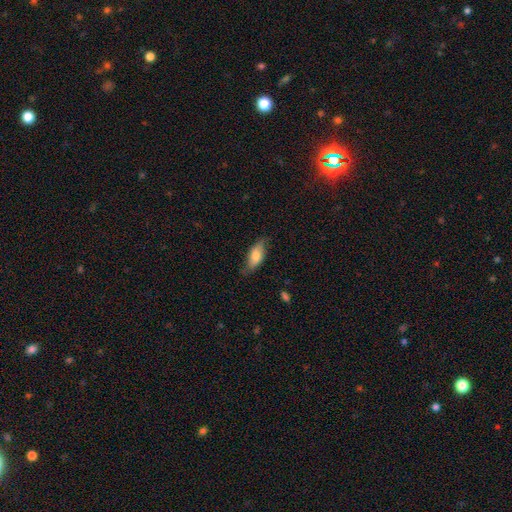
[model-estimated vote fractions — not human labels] smooth-or-featured: smooth: 68% | featured or disk: 25% | star or artifact: 6%
  how-rounded: in between: 79% | cigar-shaped: 18% | round: 3%
  merging: none: 70% | minor disturbance: 24% | major disturbance: 5% | merger: 1%